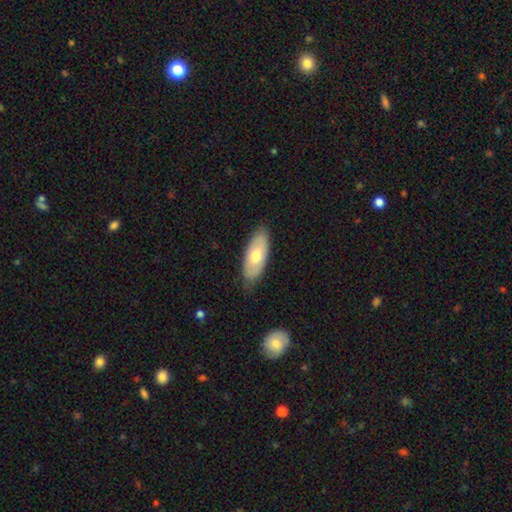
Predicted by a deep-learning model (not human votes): Smooth or featured? smooth (63%)
How rounded? in between (86%)
Merging? none (81%)